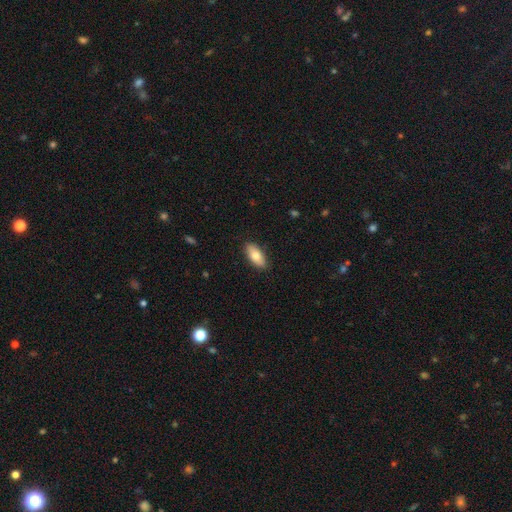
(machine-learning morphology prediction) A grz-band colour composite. It shows a smooth galaxy with no disk features (75%) that is in between round and cigar-shaped (85%). Merging: none (88%).